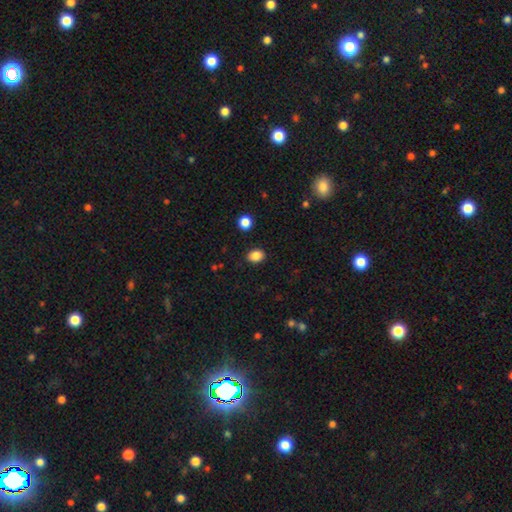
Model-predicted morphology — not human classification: A smooth galaxy with no disk features (86%) that is in between round and cigar-shaped (62%). Merging: none (88%).